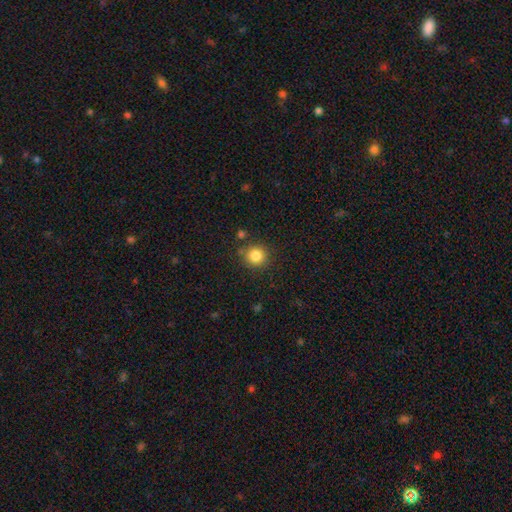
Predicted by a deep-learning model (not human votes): Morphology: type=smooth (84%); roundness=round (93%); merging=none (85%).